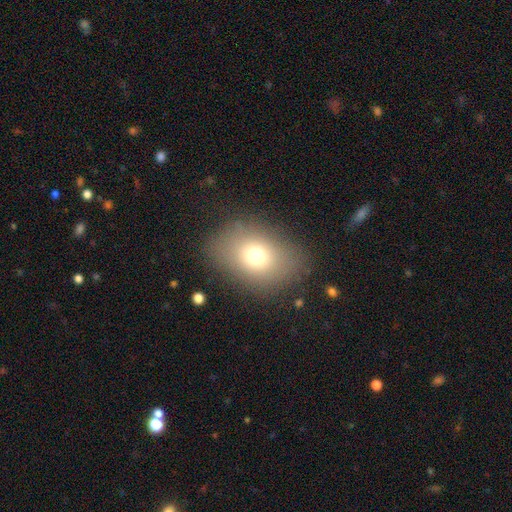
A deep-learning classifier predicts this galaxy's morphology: smooth_or_featured: smooth (p=0.73) [alt: featured or disk p=0.14]
how_rounded: in between (p=0.71) [alt: round p=0.28]
merging: none (p=0.82) [alt: minor disturbance p=0.11]